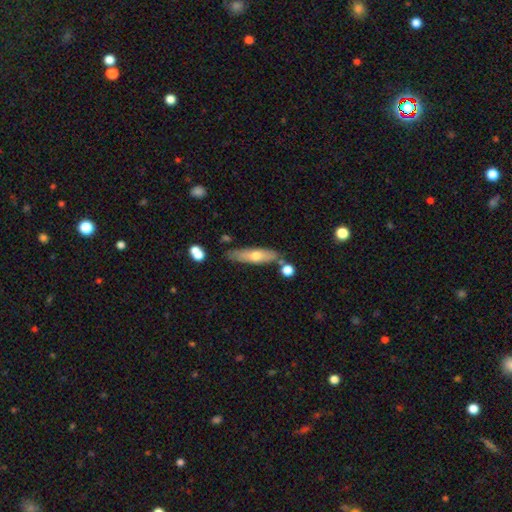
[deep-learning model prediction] Overall: smooth (55%; featured or disk 39%). How rounded: cigar-shaped (71%). Merging: none (78%).